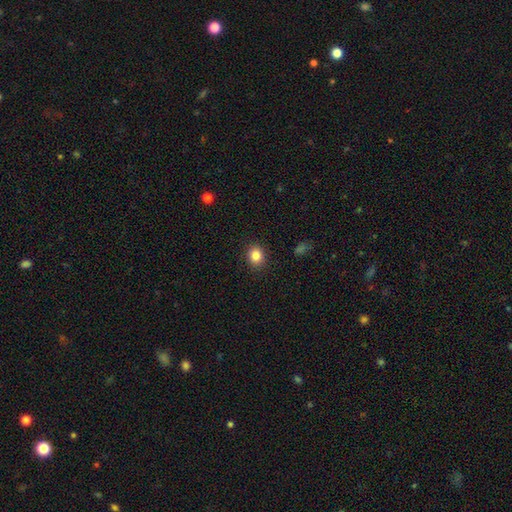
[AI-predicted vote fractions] Morphology: type=smooth (84%); roundness=round (71%); merging=none (90%).